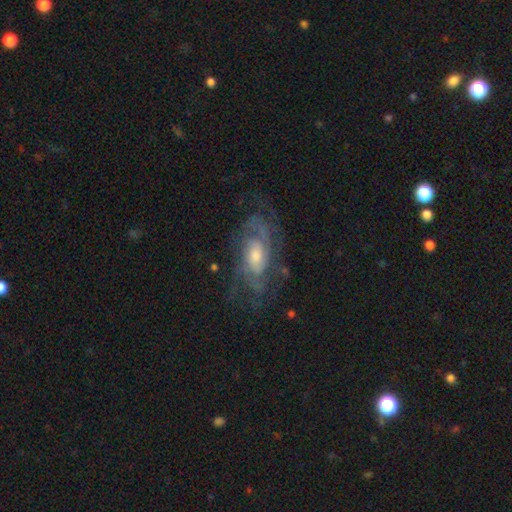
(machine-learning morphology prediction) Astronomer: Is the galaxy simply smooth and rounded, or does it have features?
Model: featured or disk — 84%.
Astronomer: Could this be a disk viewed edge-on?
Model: no — 93%.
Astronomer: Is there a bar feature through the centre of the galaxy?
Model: no — 62%.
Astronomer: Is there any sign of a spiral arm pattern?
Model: yes — 94%.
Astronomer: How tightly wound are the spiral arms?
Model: tight — 51% (runner-up: medium, 38%).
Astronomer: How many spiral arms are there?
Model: can't tell — 37% (runner-up: 2, 25%).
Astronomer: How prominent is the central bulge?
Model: moderate — 57%.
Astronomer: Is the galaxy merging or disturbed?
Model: none — 69%.